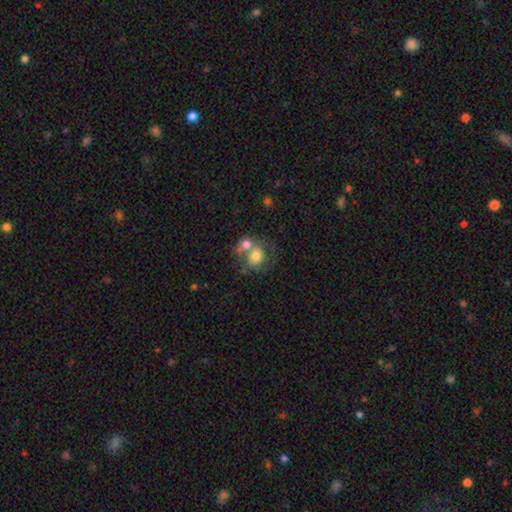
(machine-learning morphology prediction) The model was most divided on "merging": merger: 57%, none: 27%, minor disturbance: 9%, major disturbance: 7%. More confident: smooth or featured — smooth (68%); how rounded — round (66%).